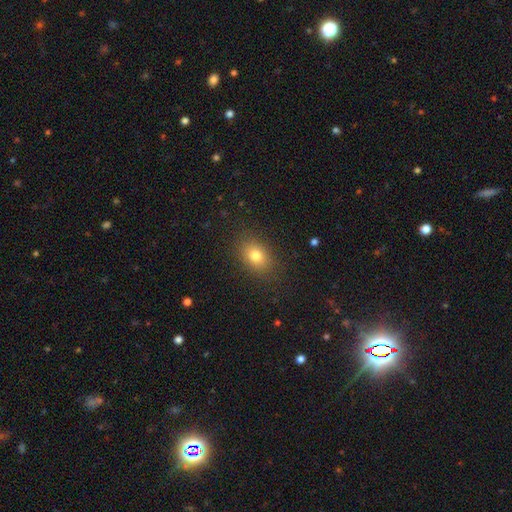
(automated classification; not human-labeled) Smooth or featured? Predicted: smooth (p=0.79). How rounded? Predicted: in between (p=0.73). Merging? Predicted: none (p=0.85).